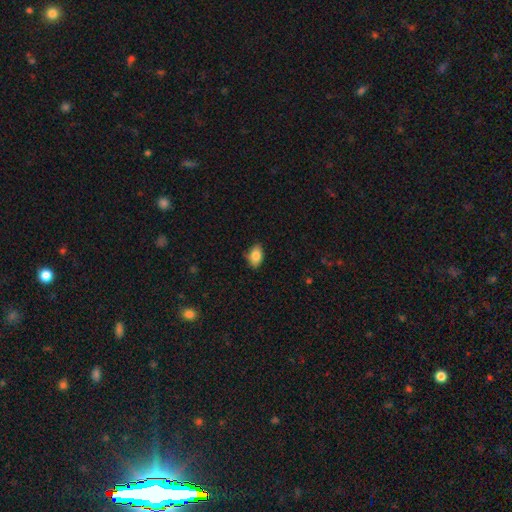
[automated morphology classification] smooth_or_featured: smooth (p=0.84) [alt: featured or disk p=0.08]
how_rounded: in between (p=0.89) [alt: round p=0.10]
merging: none (p=0.76) [alt: minor disturbance p=0.19]